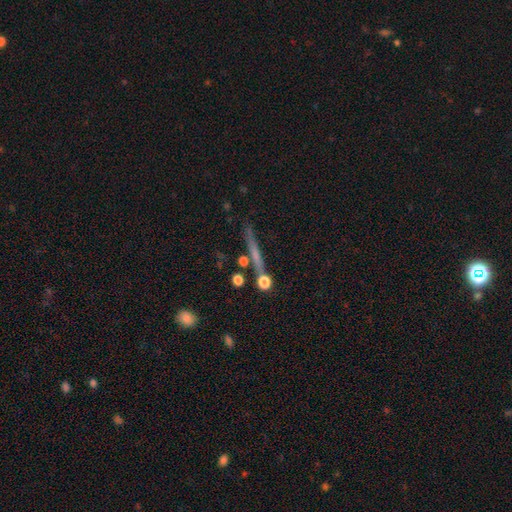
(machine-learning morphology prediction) type=featured or disk (47%); merging=none (78%).